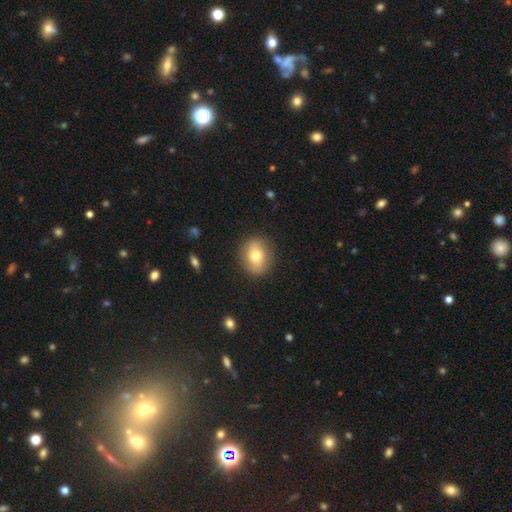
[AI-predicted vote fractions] smooth_or_featured: smooth (p=0.70) [alt: featured or disk p=0.22]
how_rounded: round (p=0.58) [alt: in between p=0.41]
merging: none (p=0.85) [alt: minor disturbance p=0.11]